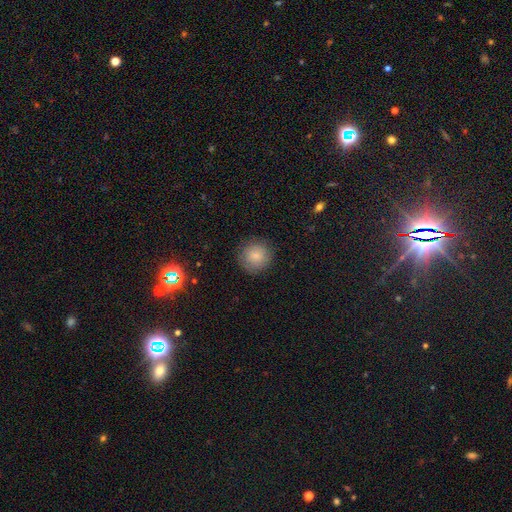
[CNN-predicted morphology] smooth_or_featured: smooth (p=0.84) [alt: star or artifact p=0.09]
how_rounded: round (p=0.93) [alt: in between p=0.06]
merging: none (p=0.87) [alt: minor disturbance p=0.10]